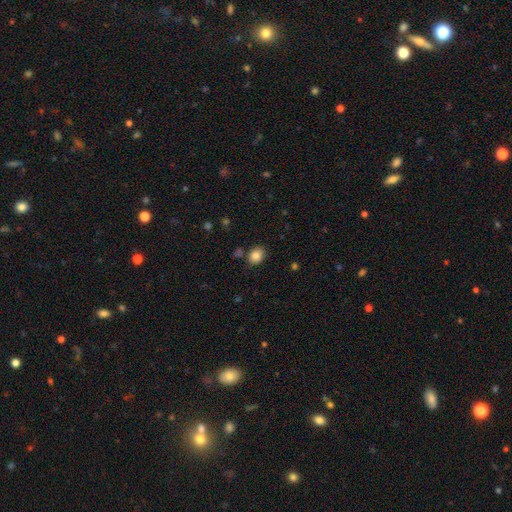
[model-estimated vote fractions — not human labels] Q: Smooth or featured?
A: smooth (85%); runner-up: star or artifact (10%)
Q: How rounded?
A: round (61%); runner-up: in between (38%)
Q: Merging?
A: none (77%); runner-up: minor disturbance (14%)